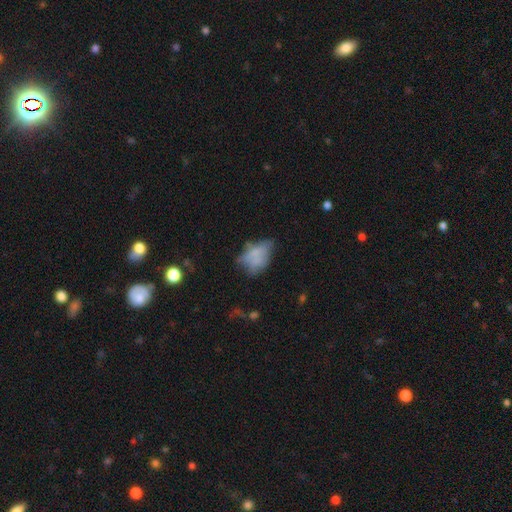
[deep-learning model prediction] smooth_or_featured: smooth (p=0.60) [alt: featured or disk p=0.28]
how_rounded: in between (p=0.82) [alt: round p=0.15]
merging: none (p=0.39) [alt: minor disturbance p=0.31]